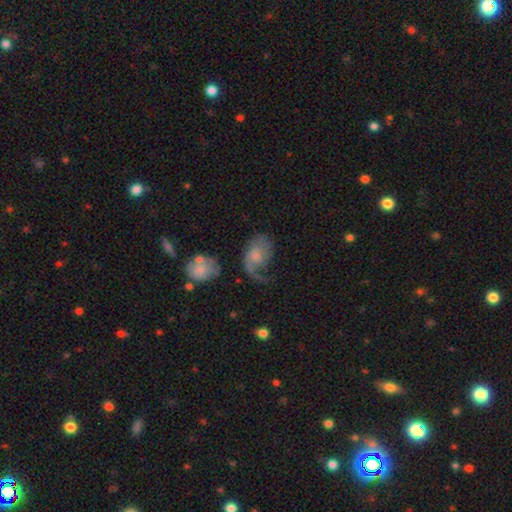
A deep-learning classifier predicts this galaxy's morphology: The model was most divided on "merging": major disturbance: 44%, none: 29%, minor disturbance: 22%, merger: 5%. More confident: edge-on disk — no (97%); spiral arms — yes (80%); bar — no (73%); smooth or featured — featured or disk (59%); bulge size — small (56%).